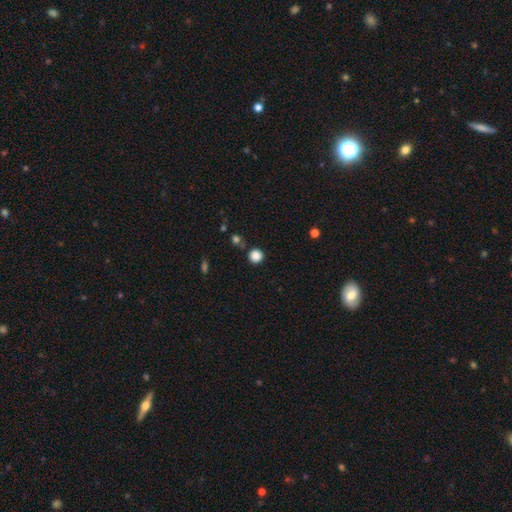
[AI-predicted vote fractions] Smooth or featured? smooth (86%)
How rounded? round (94%)
Merging? none (84%)